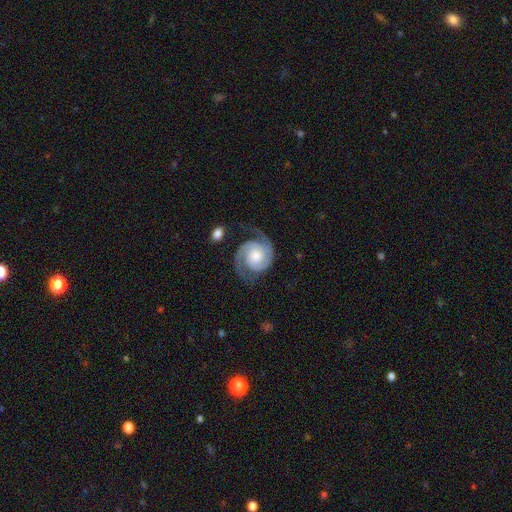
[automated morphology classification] A featured or disk galaxy (92%) with no bar (72%), 2 (93%) tight (51%) spiral arms (98%) and a moderate central bulge (53%).

Vote fractions:
- Smooth or featured? featured or disk: 92% / smooth: 4% / star or artifact: 4%
- Edge-on disk? no: 98% / yes: 2%
- Bar? no: 72% / weak: 22% / strong: 6%
- Spiral arms? yes: 98% / no: 2%
- Spiral winding? tight: 51% / medium: 40% / loose: 8%
- Spiral arm count? 2: 93% / 3: 2% / can't tell: 2% / 1: 1% / 4: 1% / more than 4: 1%
- Bulge size? moderate: 53% / small: 20% / large: 19% / none: 6% / dominant: 2%
- Merging? none: 73% / minor disturbance: 17% / major disturbance: 8% / merger: 2%